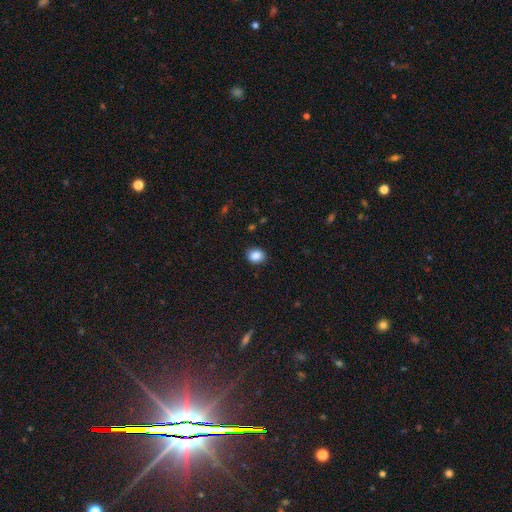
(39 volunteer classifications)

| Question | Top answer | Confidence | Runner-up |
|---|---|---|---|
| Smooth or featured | smooth | 87% | featured or disk (8%) |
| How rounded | round | 71% | in between (26%) |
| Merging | none | 89% | minor disturbance (5%) |